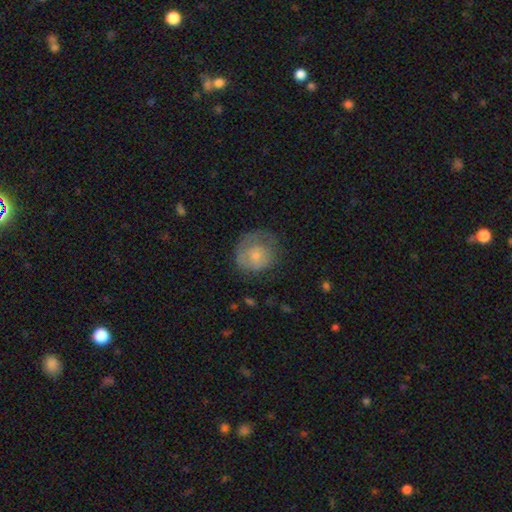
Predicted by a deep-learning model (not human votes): Smooth or featured? smooth (61%)
How rounded? round (82%)
Merging? none (49%)